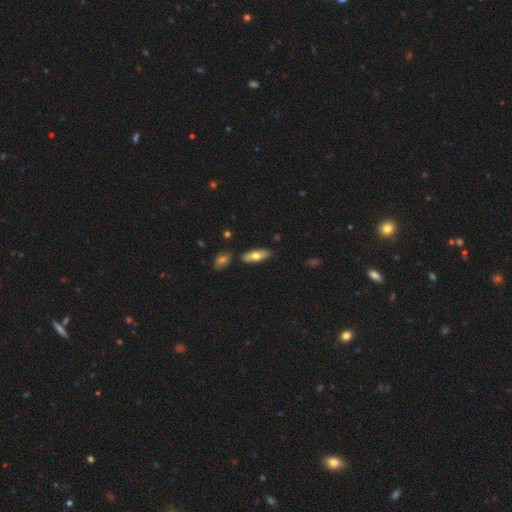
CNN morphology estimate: smooth 67%, featured or disk 27%, star or artifact 6%. Down the decision tree: how rounded — in between (72%); merging — none (82%).